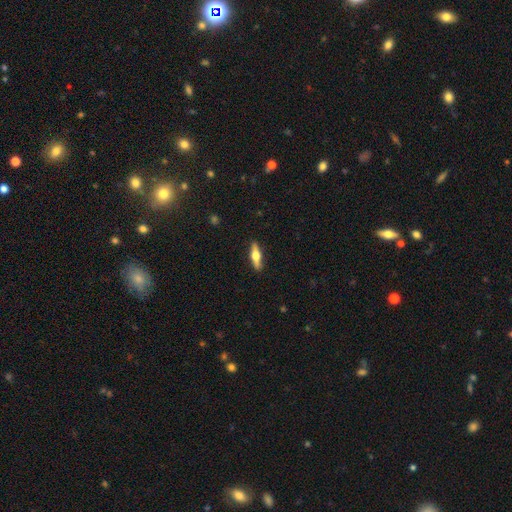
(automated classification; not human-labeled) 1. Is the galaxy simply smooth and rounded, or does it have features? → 55% featured or disk, 39% smooth, 6% star or artifact.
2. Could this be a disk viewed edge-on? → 94% yes, 6% no.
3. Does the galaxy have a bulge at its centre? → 95% rounded, 4% boxy, 2% none.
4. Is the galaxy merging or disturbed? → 89% none, 8% minor disturbance, 2% major disturbance, 1% merger.